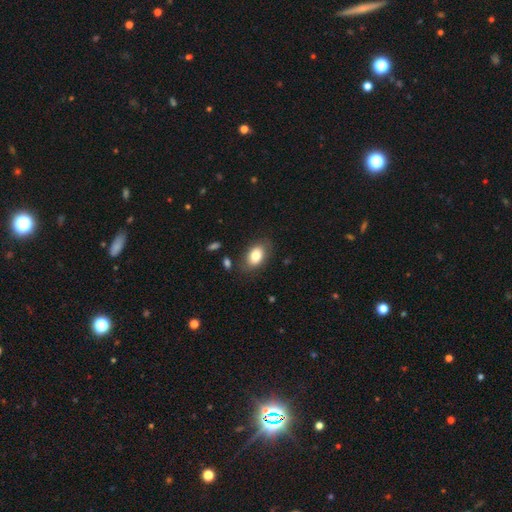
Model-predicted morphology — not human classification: A smooth galaxy with no disk features (81%) that is in between round and cigar-shaped (87%). Merging: none (79%).